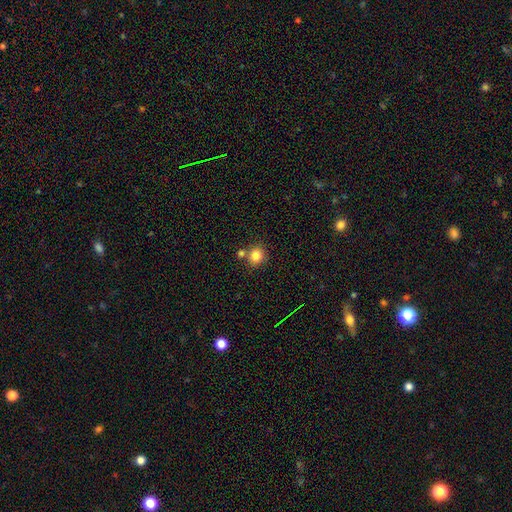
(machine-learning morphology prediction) This is clearly a smooth galaxy (82%). How rounded: clearly round (83%). Merging: likely none (68%).